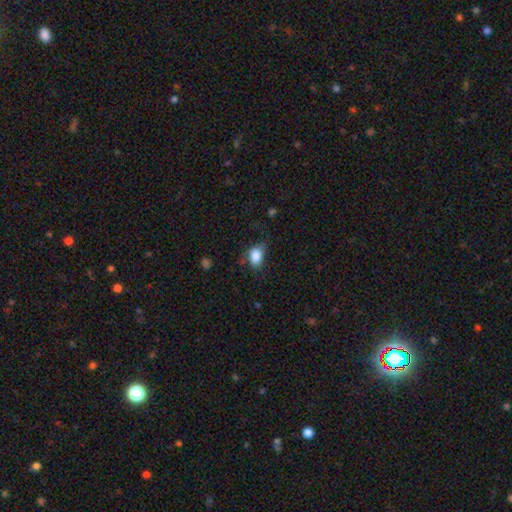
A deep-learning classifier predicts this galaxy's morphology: This appears to be a smooth galaxy with no disk features (85%) that is in between round and cigar-shaped (77%). Merging: none (56%).